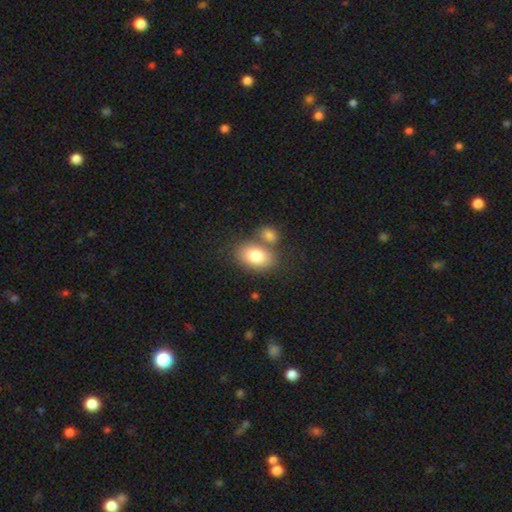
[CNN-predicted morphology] Q: Smooth or featured?
A: smooth (80%); runner-up: featured or disk (12%)
Q: How rounded?
A: in between (83%); runner-up: round (15%)
Q: Merging?
A: none (53%); runner-up: merger (32%)